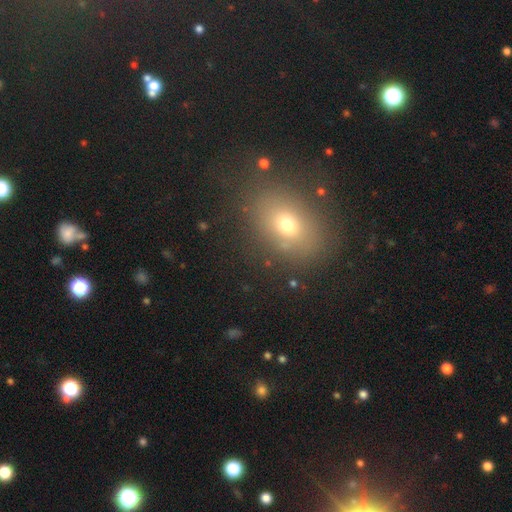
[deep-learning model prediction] A smooth galaxy with no disk features (56%) that is in between round and cigar-shaped (61%). Merging: none (86%).